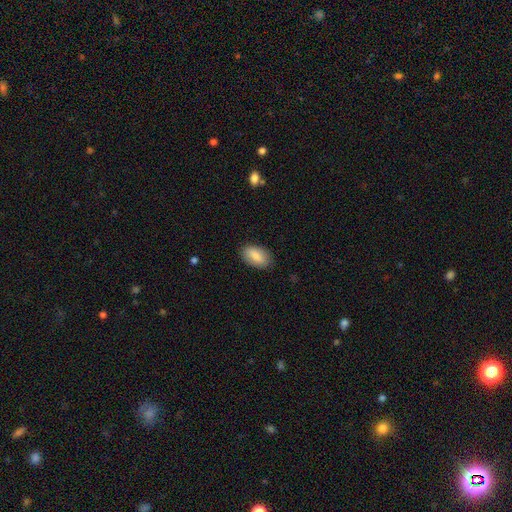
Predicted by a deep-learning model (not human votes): This appears to be a smooth galaxy with no disk features (86%) that is in between round and cigar-shaped (94%). Merging: none (85%).